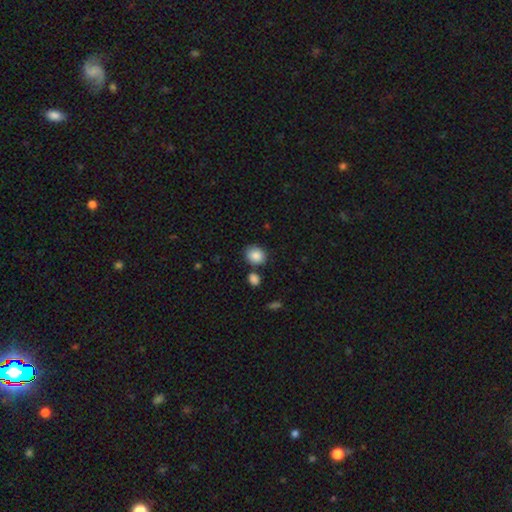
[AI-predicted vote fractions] A smooth galaxy with no disk features (87%) that is round (64%). Merging: none (74%).